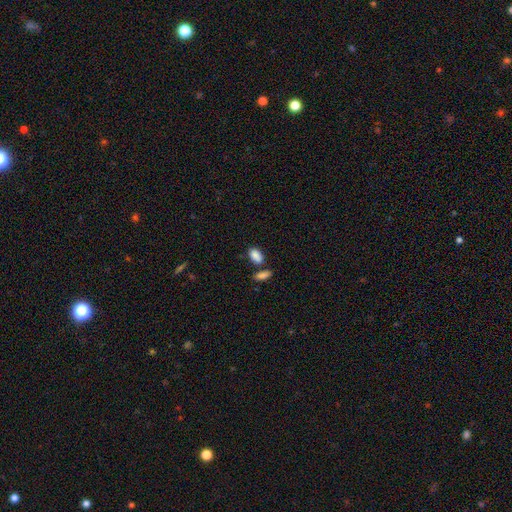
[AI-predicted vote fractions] This appears to be a smooth galaxy with no disk features (87%) that is in between round and cigar-shaped (92%). Merging: none (59%).